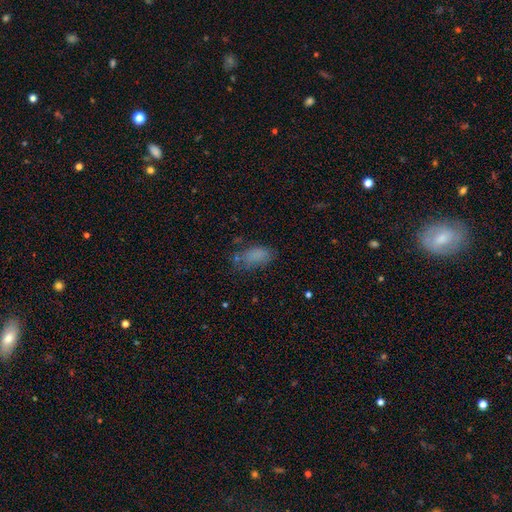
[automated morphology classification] Overall: smooth (79%). How rounded: in between (90%). Merging: none (58%; minor disturbance 24%).